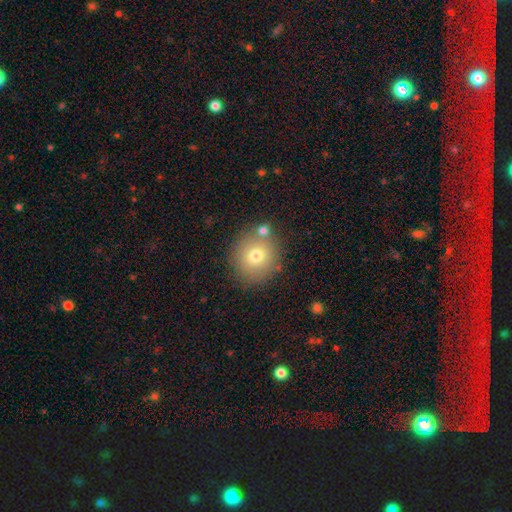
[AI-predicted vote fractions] Q: Smooth or featured?
A: smooth (73%); runner-up: featured or disk (15%)
Q: How rounded?
A: round (88%); runner-up: in between (11%)
Q: Merging?
A: none (77%); runner-up: minor disturbance (11%)